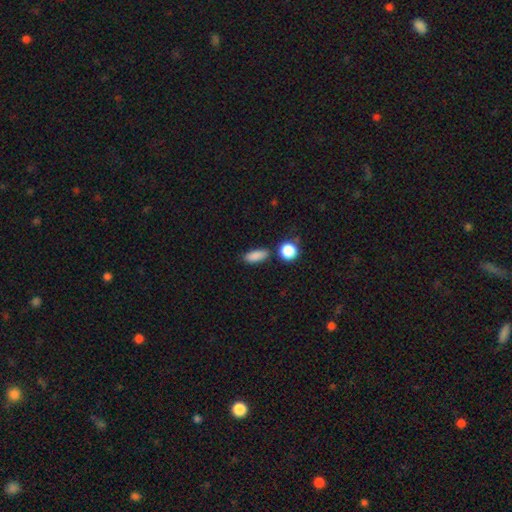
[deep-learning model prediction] Smooth or featured? Predicted: smooth (p=0.86). How rounded? Predicted: in between (p=0.72). Merging? Predicted: none (p=0.78).